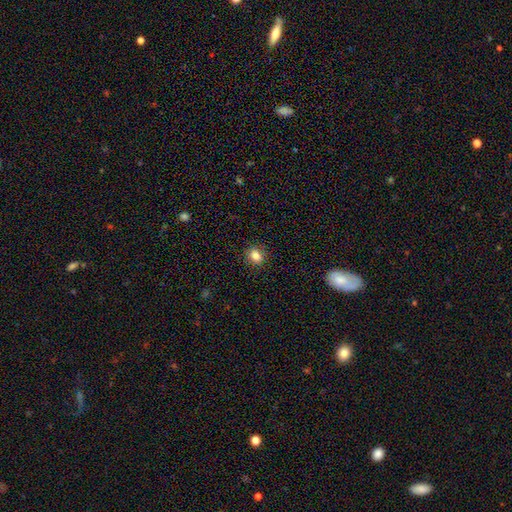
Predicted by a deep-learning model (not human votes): Smooth or featured?
  - smooth: 83% *
  - star or artifact: 11%
  - featured or disk: 6%
How rounded?
  - round: 64% *
  - in between: 35%
  - cigar-shaped: 1%
Merging?
  - none: 89% *
  - minor disturbance: 8%
  - major disturbance: 2%
  - merger: 1%